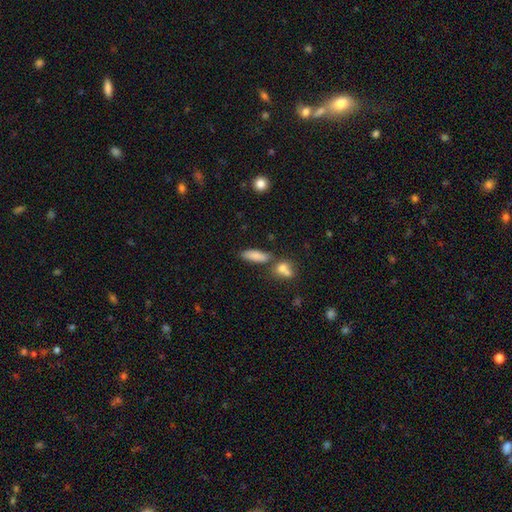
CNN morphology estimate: This is clearly a smooth galaxy (82%). How rounded: possibly in between (55%). Merging: likely none (67%).